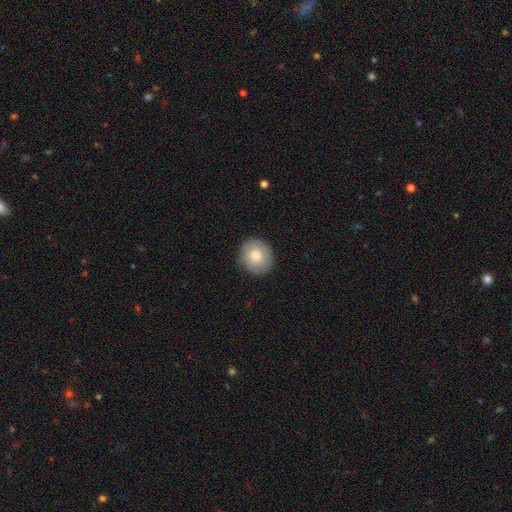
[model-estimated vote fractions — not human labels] Smooth or featured? Predicted: smooth (p=0.74). How rounded? Predicted: round (p=0.75). Merging? Predicted: none (p=0.83).